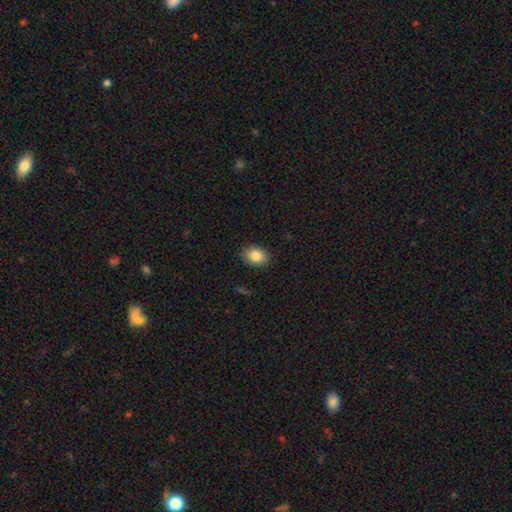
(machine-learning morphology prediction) Smooth or featured?
  - smooth: 84% *
  - star or artifact: 9%
  - featured or disk: 7%
How rounded?
  - in between: 62% *
  - round: 37%
  - cigar-shaped: 1%
Merging?
  - none: 88% *
  - minor disturbance: 9%
  - major disturbance: 2%
  - merger: 1%